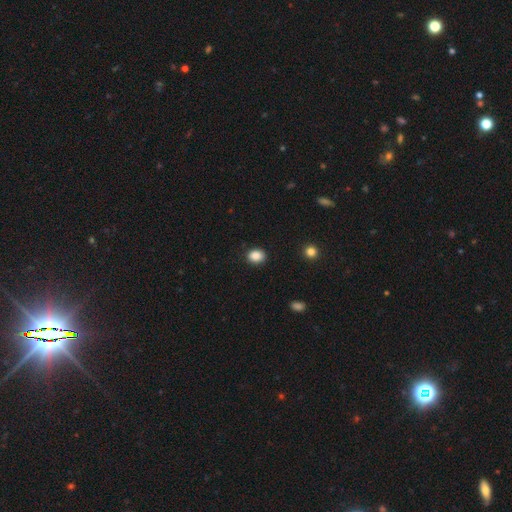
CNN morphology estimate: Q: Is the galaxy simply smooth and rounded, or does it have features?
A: smooth — 87%.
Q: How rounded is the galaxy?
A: round — 54%.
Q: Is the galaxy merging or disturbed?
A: none — 88%.